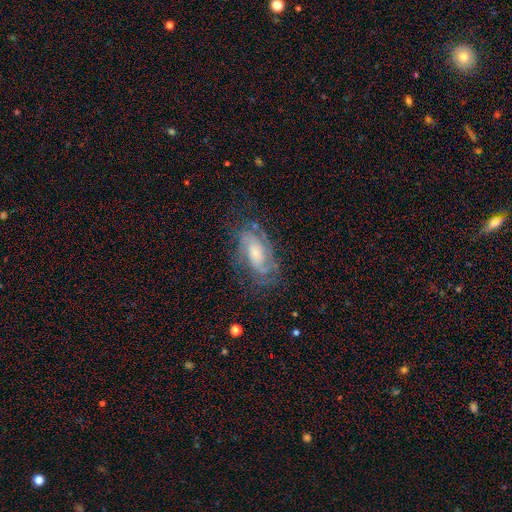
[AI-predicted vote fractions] A featured or disk galaxy (76%) with no bar (54%), 2 (40%) tight (55%) spiral arms (94%) and a moderate central bulge (46%). Merging: none (74%).